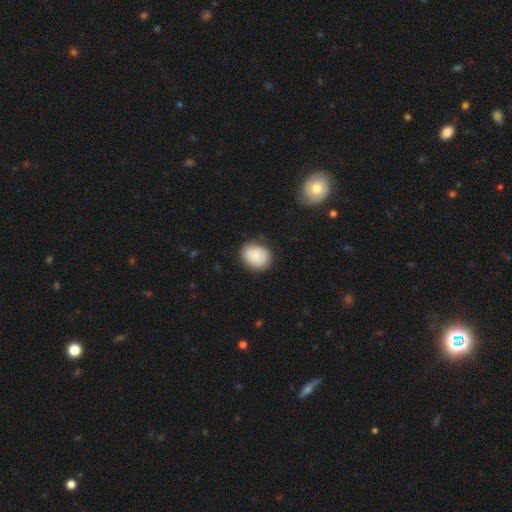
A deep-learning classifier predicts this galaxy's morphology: Q: Smooth or featured?
A: smooth (79%); runner-up: featured or disk (14%)
Q: How rounded?
A: round (53%); runner-up: in between (46%)
Q: Merging?
A: none (81%); runner-up: minor disturbance (15%)